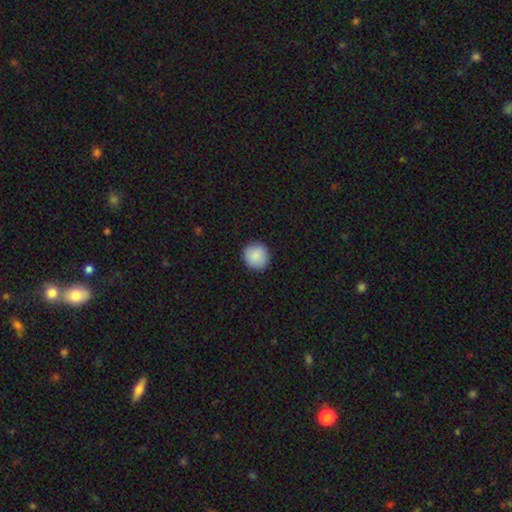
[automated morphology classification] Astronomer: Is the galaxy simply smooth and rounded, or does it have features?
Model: smooth — 89%.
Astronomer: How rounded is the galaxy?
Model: round — 92%.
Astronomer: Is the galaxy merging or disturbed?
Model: none — 89%.